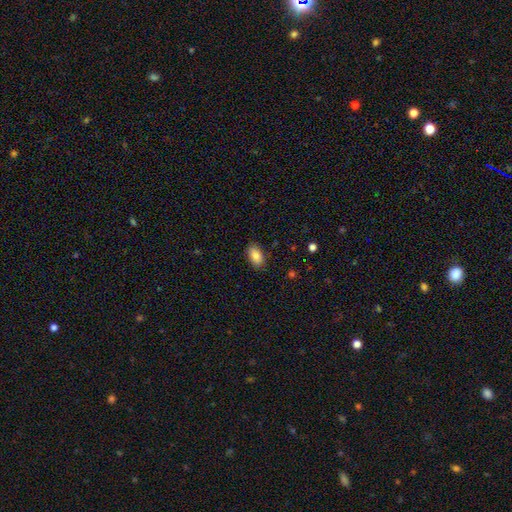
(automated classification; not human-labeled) Q: Smooth or featured?
A: smooth (86%); runner-up: star or artifact (7%)
Q: How rounded?
A: in between (91%); runner-up: round (7%)
Q: Merging?
A: none (87%); runner-up: minor disturbance (10%)